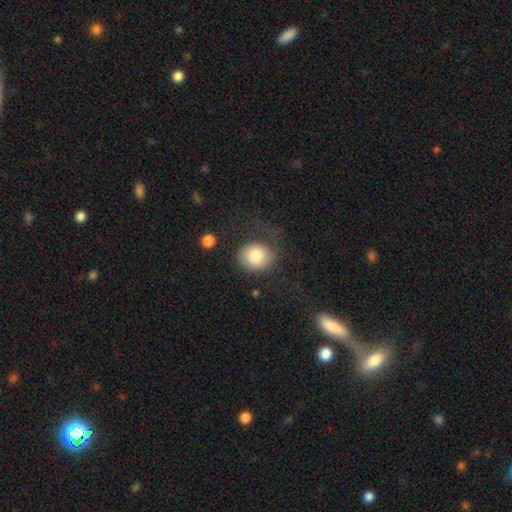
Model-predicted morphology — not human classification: Smooth or featured? Predicted: smooth (p=0.78). How rounded? Predicted: round (p=0.74). Merging? Predicted: none (p=0.47).